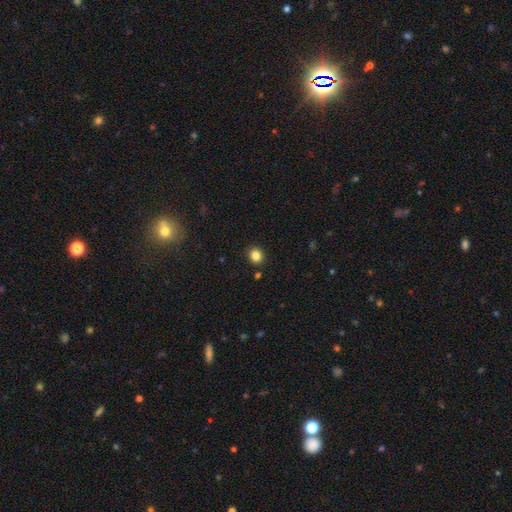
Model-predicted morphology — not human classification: Smooth or featured? smooth (85%)
How rounded? round (76%)
Merging? none (90%)